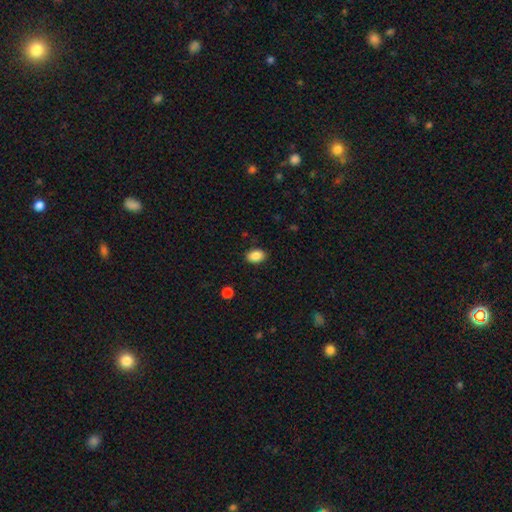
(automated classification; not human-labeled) smooth 88%, star or artifact 8%, featured or disk 4%. Down the decision tree: how rounded — in between (82%); merging — none (87%).